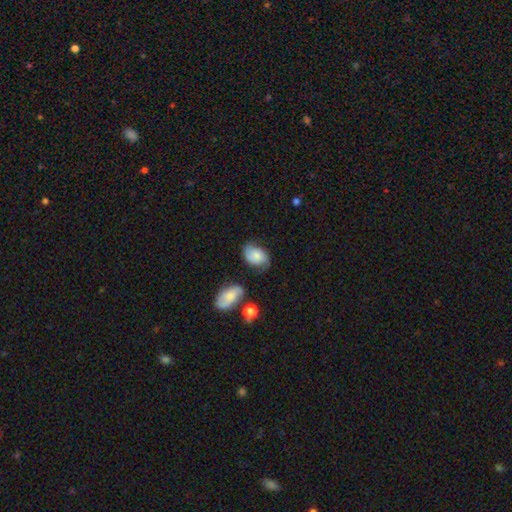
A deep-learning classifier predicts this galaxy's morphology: Smooth or featured: smooth — 47% (featured or disk — 45%)
Merging: none — 56% (minor disturbance — 30%)